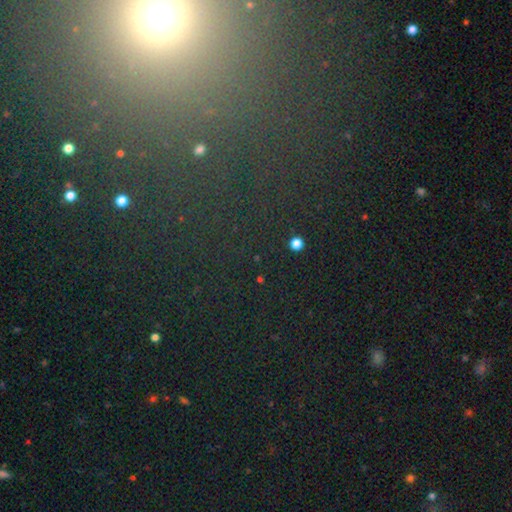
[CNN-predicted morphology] star or artifact 69%, smooth 20%, featured or disk 11%.